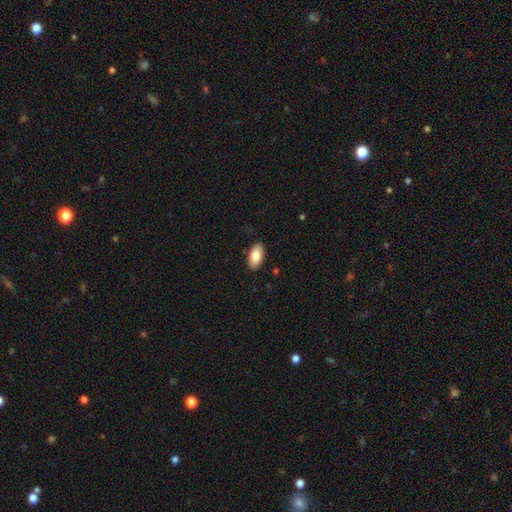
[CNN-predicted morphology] Q: Smooth or featured?
A: smooth (81%); runner-up: featured or disk (13%)
Q: How rounded?
A: in between (93%); runner-up: cigar-shaped (4%)
Q: Merging?
A: none (89%); runner-up: minor disturbance (9%)